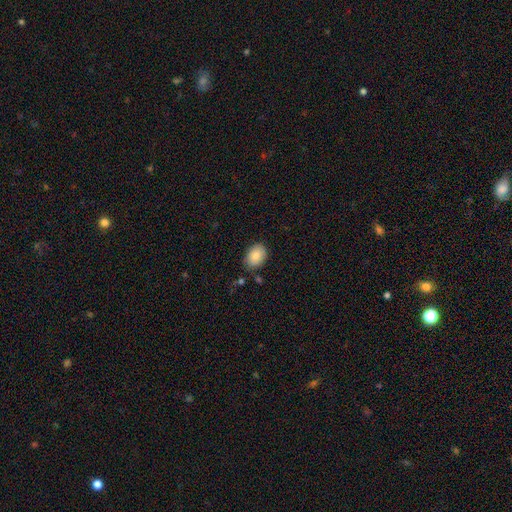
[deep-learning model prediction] Smooth or featured? Predicted: smooth (p=0.84). How rounded? Predicted: in between (p=0.80). Merging? Predicted: none (p=0.81).